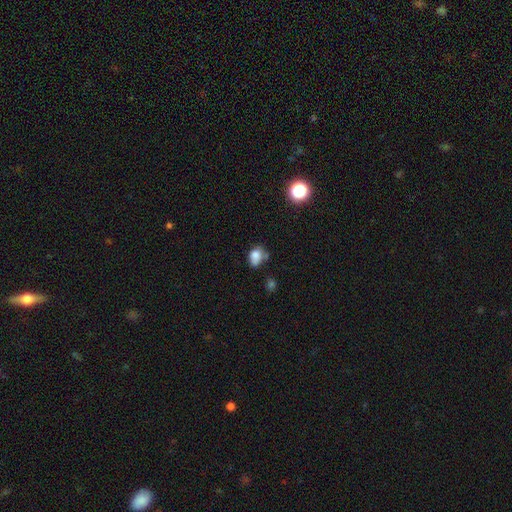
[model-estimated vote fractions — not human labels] A smooth galaxy with no disk features (78%) that is in between round and cigar-shaped (67%).

Vote fractions:
- Smooth or featured? smooth: 78% / star or artifact: 11% / featured or disk: 11%
- How rounded? in between: 67% / round: 31% / cigar-shaped: 1%
- Merging? none: 43% / minor disturbance: 31% / merger: 14% / major disturbance: 11%